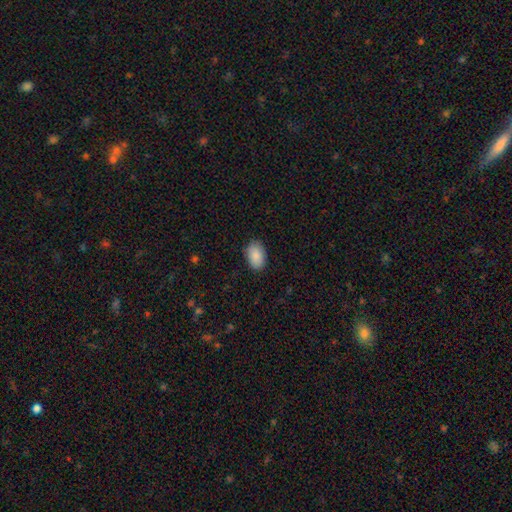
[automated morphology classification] This appears to be a smooth galaxy with no disk features (89%) that is in between round and cigar-shaped (90%). Merging: none (87%).